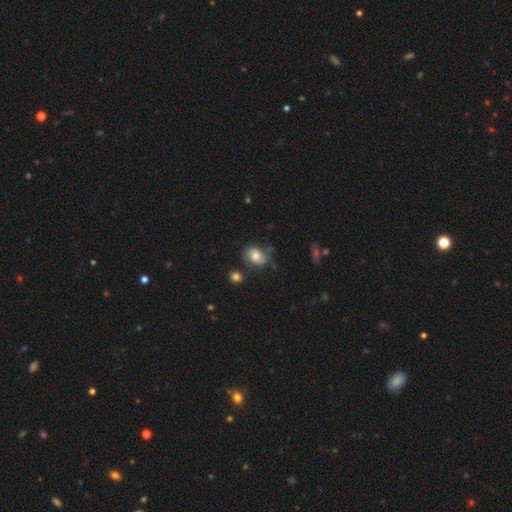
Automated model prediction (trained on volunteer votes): A smooth galaxy with no disk features (68%) that is in between round and cigar-shaped (64%).

Vote fractions:
- Smooth or featured? smooth: 68% / featured or disk: 23% / star or artifact: 9%
- How rounded? in between: 64% / round: 35% / cigar-shaped: 1%
- Merging? none: 59% / minor disturbance: 26% / major disturbance: 10% / merger: 5%